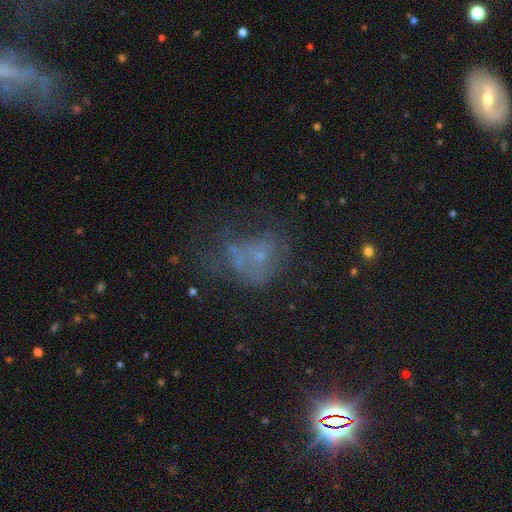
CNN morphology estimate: This is marginally a star or artifact rather than a galaxy (40%).